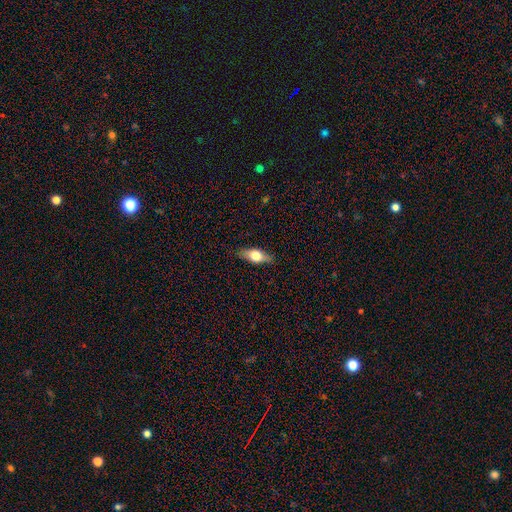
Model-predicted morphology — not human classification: smooth-or-featured: smooth: 59% | featured or disk: 35% | star or artifact: 7%
  how-rounded: in between: 72% | cigar-shaped: 23% | round: 5%
  merging: none: 85% | minor disturbance: 12% | major disturbance: 3% | merger: 1%